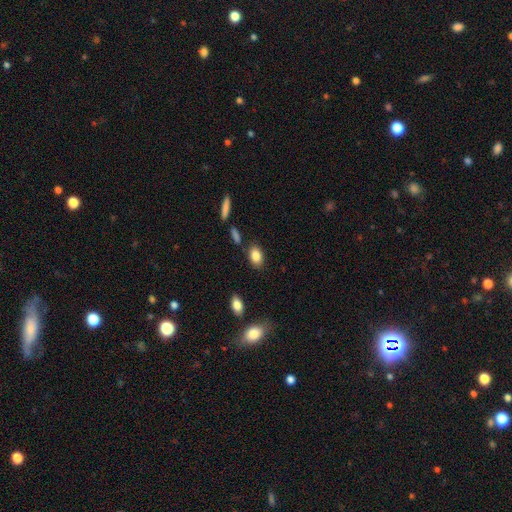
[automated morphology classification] Smooth or featured? Predicted: smooth (p=0.85). How rounded? Predicted: in between (p=0.86). Merging? Predicted: none (p=0.82).